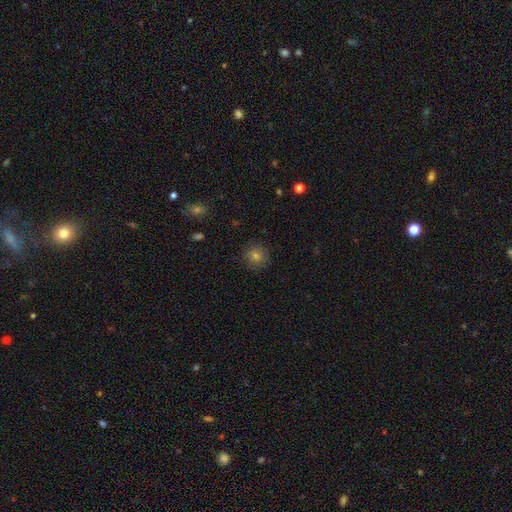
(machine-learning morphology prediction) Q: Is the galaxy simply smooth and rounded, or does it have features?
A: smooth — 70%.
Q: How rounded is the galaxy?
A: round — 93%.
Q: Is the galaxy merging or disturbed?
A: none — 87%.